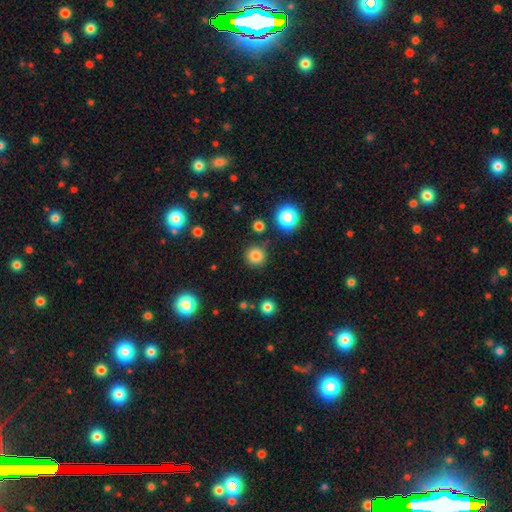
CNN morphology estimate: The model was most divided on "smooth or featured": smooth: 81%, star or artifact: 14%, featured or disk: 5%. More confident: how rounded — round (94%); merging — none (86%).